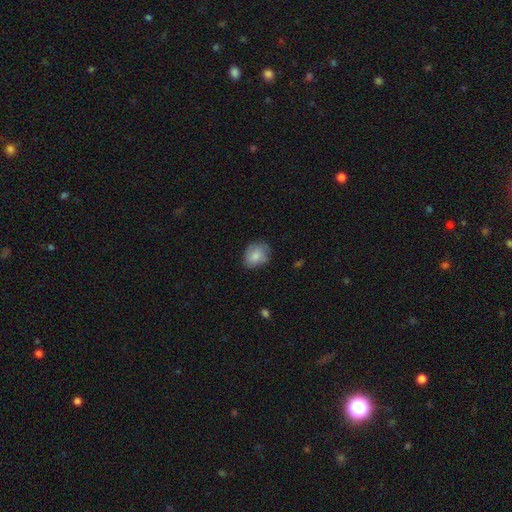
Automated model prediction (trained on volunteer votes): smooth-or-featured: smooth: 74% | featured or disk: 18% | star or artifact: 7%
  how-rounded: round: 52% | in between: 46% | cigar-shaped: 1%
  merging: none: 68% | minor disturbance: 25% | major disturbance: 6% | merger: 1%